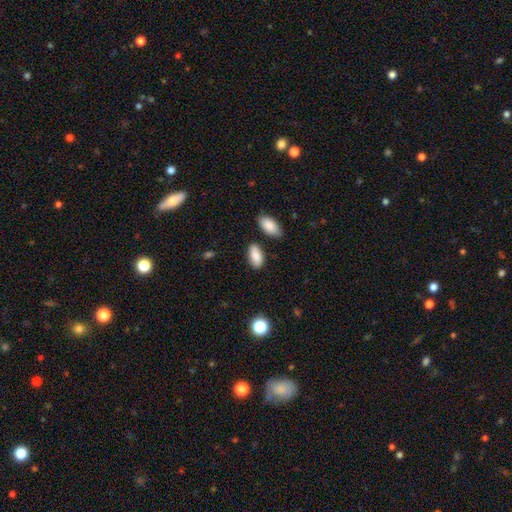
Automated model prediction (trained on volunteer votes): smooth_or_featured: smooth (p=0.85) [alt: featured or disk p=0.08]
how_rounded: in between (p=0.93) [alt: cigar-shaped p=0.04]
merging: none (p=0.76) [alt: minor disturbance p=0.15]